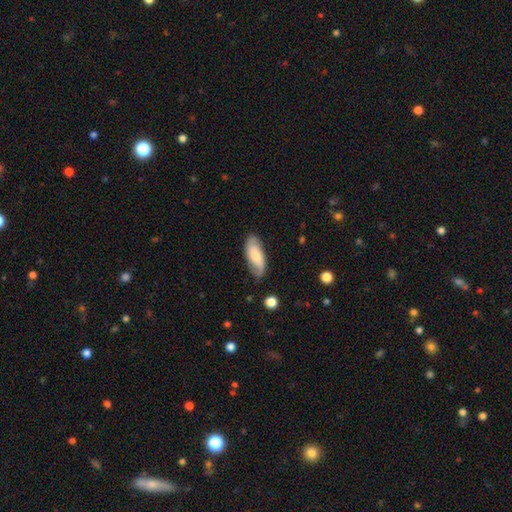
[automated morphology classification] type=smooth (61%); roundness=in between (79%); merging=none (75%).